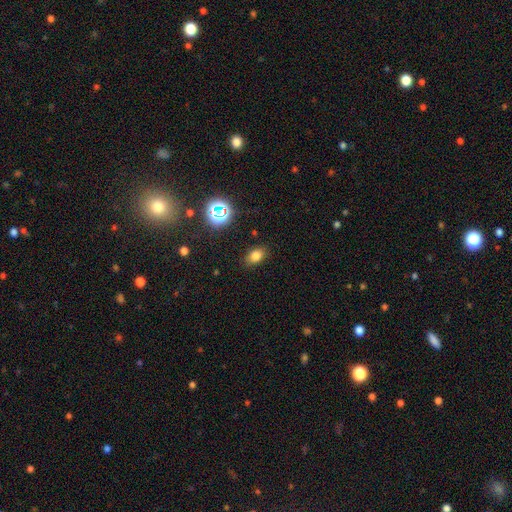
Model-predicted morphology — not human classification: type=smooth (75%); roundness=in between (80%); merging=none (85%).